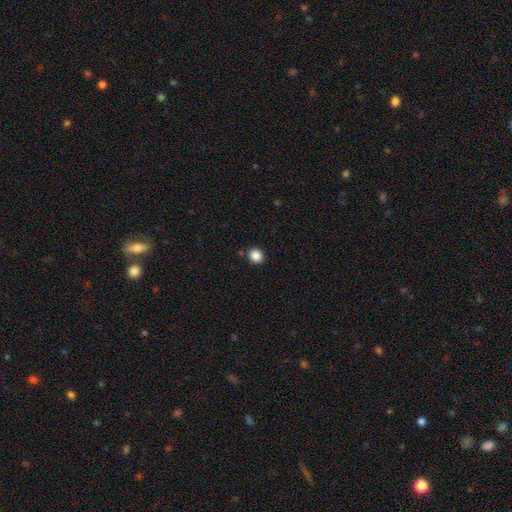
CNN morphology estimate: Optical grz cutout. It shows a smooth galaxy with no disk features (87%) that is round (79%). Merging: none (89%).